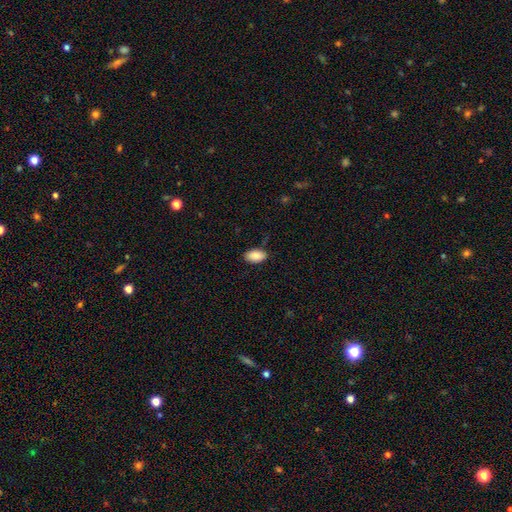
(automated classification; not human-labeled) This is clearly a smooth galaxy (89%). How rounded: clearly in between (94%). Merging: clearly none (85%).